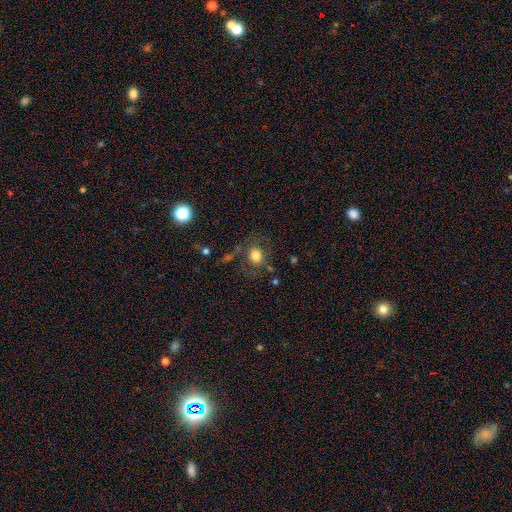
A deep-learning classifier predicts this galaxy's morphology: smooth 74%, featured or disk 15%, star or artifact 11%. Down the decision tree: how rounded — round (71%); merging — none (66%).